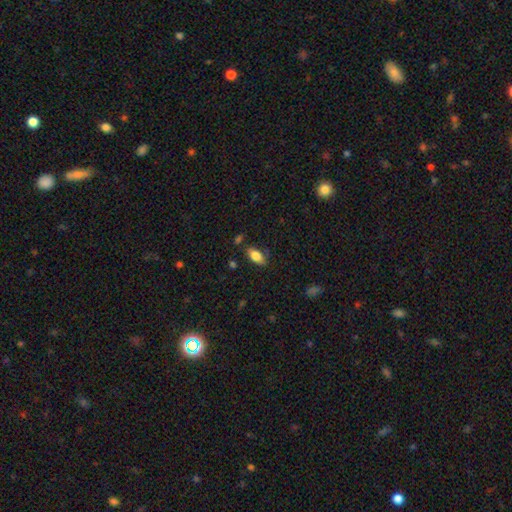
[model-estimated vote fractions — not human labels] A smooth galaxy with no disk features (80%) that is in between round and cigar-shaped (89%). Merging: none (78%).